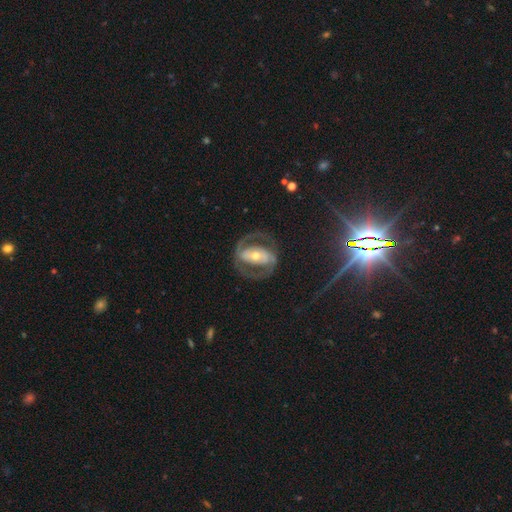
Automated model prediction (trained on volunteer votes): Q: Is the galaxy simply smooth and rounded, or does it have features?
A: featured or disk — 84%.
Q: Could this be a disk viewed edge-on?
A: no — 96%.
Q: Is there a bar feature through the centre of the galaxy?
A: strong — 46%.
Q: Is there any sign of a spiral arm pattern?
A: yes — 86%.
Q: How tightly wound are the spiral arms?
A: medium — 53%.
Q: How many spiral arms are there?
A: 2 — 89%.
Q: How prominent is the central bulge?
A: moderate — 57%.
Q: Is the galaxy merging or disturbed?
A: none — 74%.